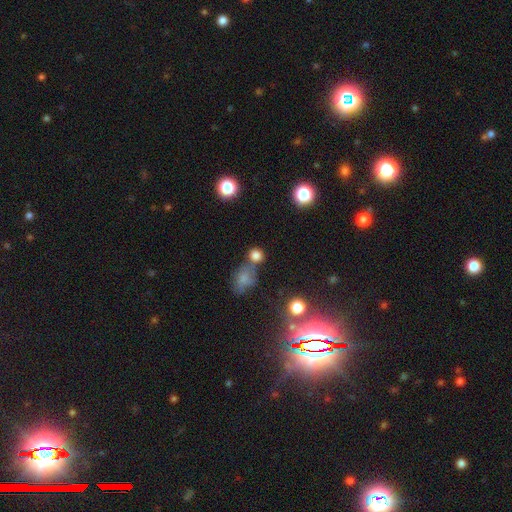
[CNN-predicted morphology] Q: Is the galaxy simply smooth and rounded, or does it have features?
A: smooth — 77%.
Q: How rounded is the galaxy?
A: round — 79%.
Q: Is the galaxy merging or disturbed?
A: none — 56%.